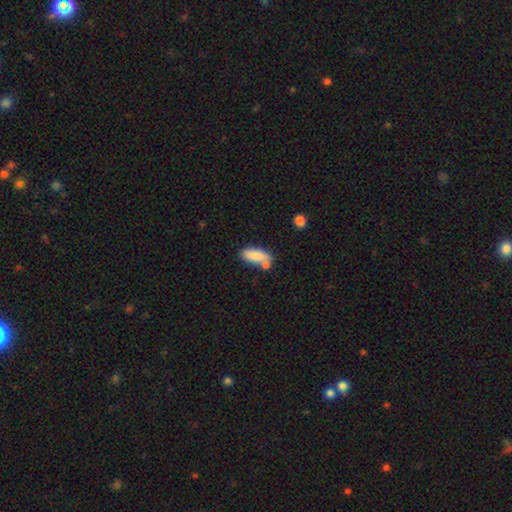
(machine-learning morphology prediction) Smooth or featured: smooth — 84% (featured or disk — 9%)
How rounded: in between — 74% (cigar-shaped — 24%)
Merging: none — 57% (merger — 20%)